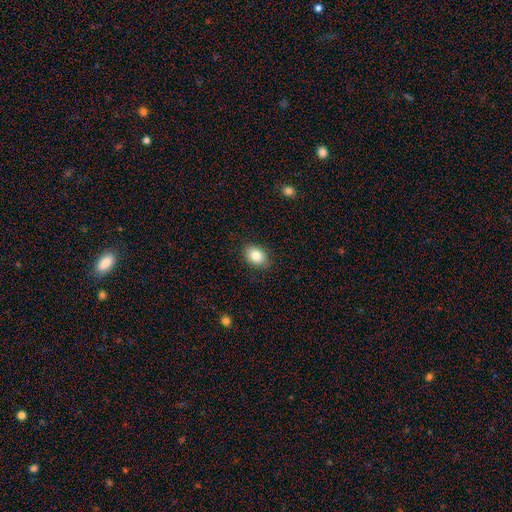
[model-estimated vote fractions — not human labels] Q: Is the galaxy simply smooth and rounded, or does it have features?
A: smooth — 84%.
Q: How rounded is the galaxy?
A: in between — 75%.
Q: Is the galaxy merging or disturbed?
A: none — 87%.